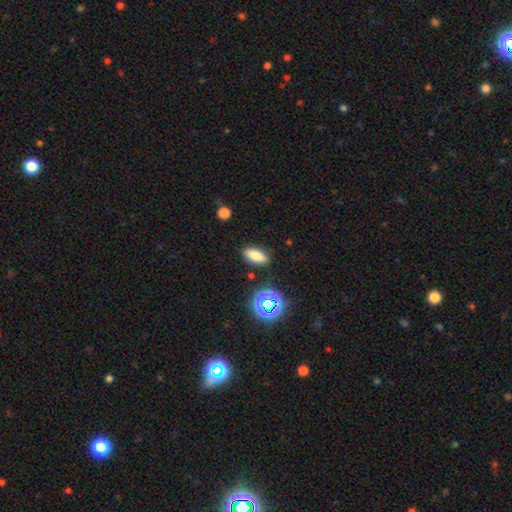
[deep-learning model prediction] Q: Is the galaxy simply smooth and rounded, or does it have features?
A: smooth — 75%.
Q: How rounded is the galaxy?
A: in between — 76%.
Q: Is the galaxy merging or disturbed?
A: none — 86%.